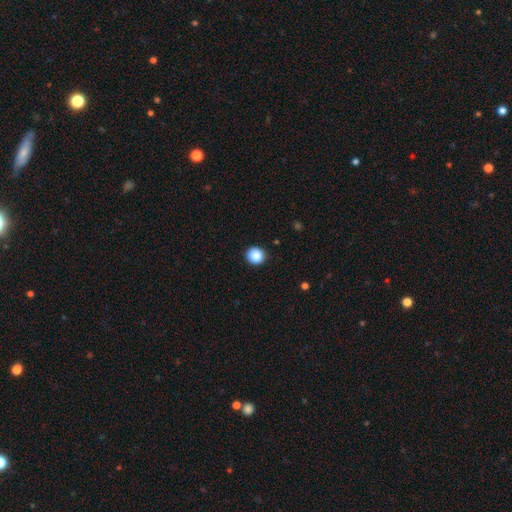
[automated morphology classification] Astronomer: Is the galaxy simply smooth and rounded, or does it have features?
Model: smooth — 88%.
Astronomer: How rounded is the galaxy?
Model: round — 89%.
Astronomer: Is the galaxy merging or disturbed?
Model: none — 91%.